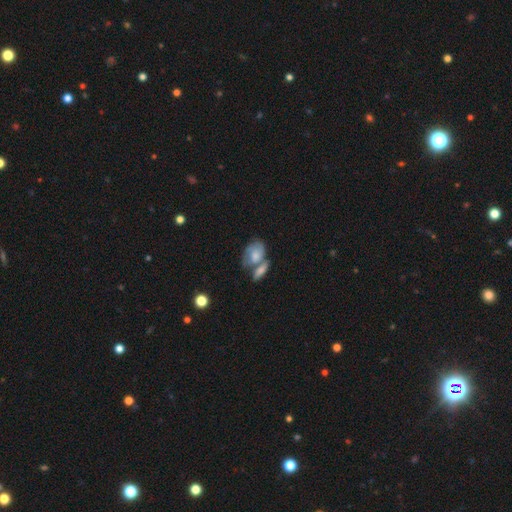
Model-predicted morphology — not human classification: Smooth or featured? smooth (59%)
How rounded? in between (78%)
Merging? merger (53%)